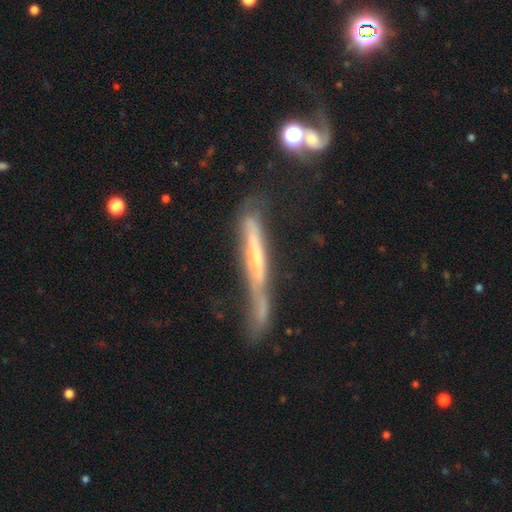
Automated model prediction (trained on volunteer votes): A featured or disk galaxy (67%) viewed edge-on (82%) with no central bulge (58%). Merging: none (36%).